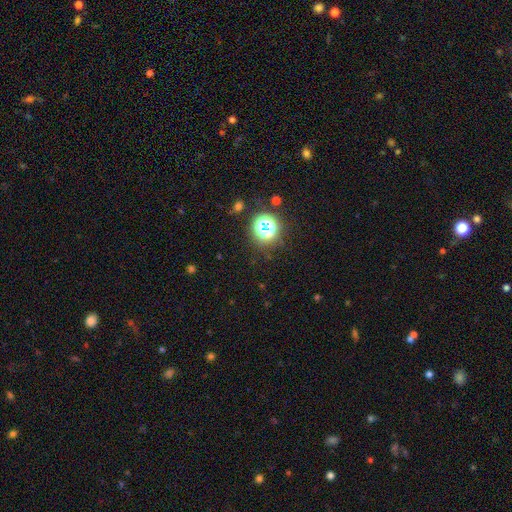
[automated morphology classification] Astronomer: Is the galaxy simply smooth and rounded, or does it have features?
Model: star or artifact — 72%.